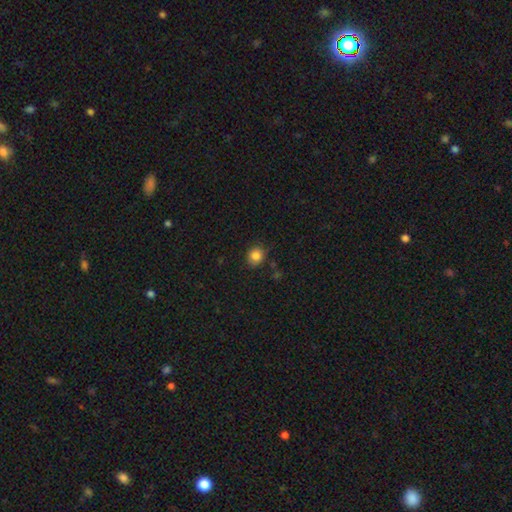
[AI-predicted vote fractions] A smooth galaxy with no disk features (84%) that is round (74%).

Vote fractions:
- Smooth or featured? smooth: 84% / star or artifact: 11% / featured or disk: 5%
- How rounded? round: 74% / in between: 25% / cigar-shaped: 1%
- Merging? none: 83% / minor disturbance: 12% / major disturbance: 3% / merger: 2%